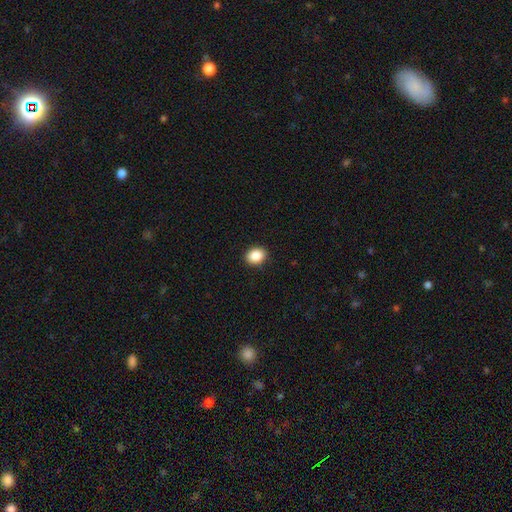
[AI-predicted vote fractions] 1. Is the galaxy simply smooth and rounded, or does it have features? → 87% smooth, 9% star or artifact, 4% featured or disk.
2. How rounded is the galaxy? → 53% in between, 46% round, 1% cigar-shaped.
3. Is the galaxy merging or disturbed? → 91% none, 6% minor disturbance, 2% major disturbance, 1% merger.